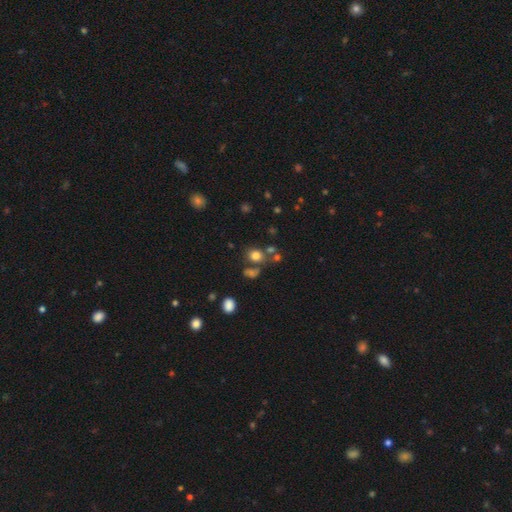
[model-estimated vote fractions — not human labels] smooth 75%, star or artifact 16%, featured or disk 9%. Down the decision tree: how rounded — round (69%); merging — none (63%).